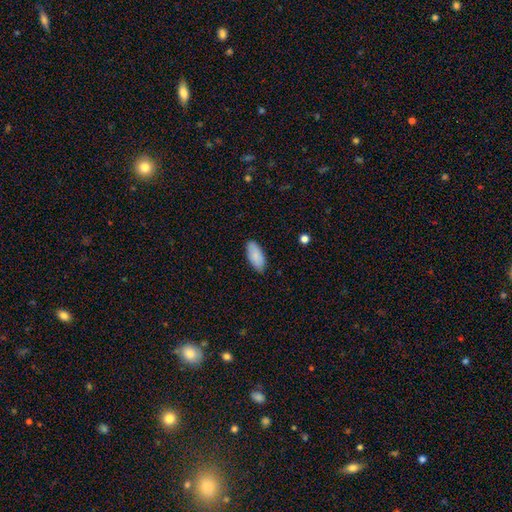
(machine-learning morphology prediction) A smooth galaxy with no disk features (87%) that is in between round and cigar-shaped (90%).

Vote fractions:
- Smooth or featured? smooth: 87% / featured or disk: 7% / star or artifact: 6%
- How rounded? in between: 90% / cigar-shaped: 8% / round: 2%
- Merging? none: 86% / minor disturbance: 11% / major disturbance: 2% / merger: 1%